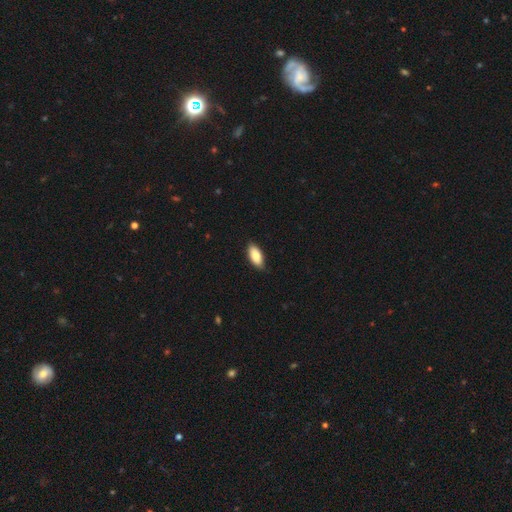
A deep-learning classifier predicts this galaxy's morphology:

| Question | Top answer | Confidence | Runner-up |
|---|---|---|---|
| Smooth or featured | smooth | 84% | featured or disk (10%) |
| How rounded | in between | 90% | cigar-shaped (8%) |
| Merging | none | 86% | minor disturbance (12%) |